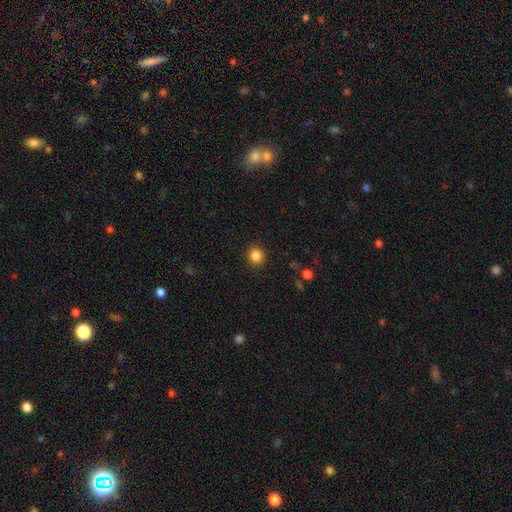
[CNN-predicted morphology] This is clearly a smooth galaxy (86%). How rounded: clearly round (91%). Merging: clearly none (91%).